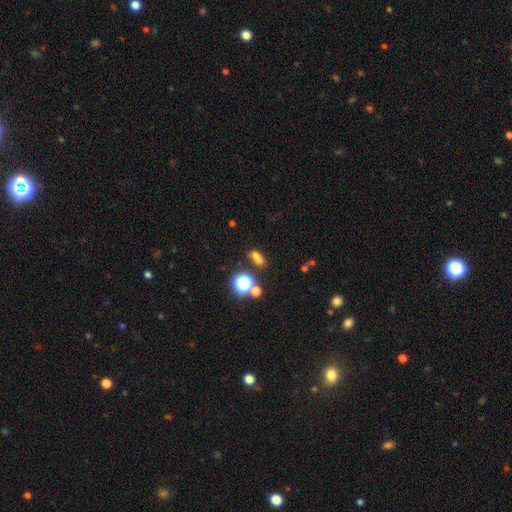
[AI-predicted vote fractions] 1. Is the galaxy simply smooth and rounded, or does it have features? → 63% smooth, 27% star or artifact, 10% featured or disk.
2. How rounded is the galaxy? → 59% in between, 30% round, 11% cigar-shaped.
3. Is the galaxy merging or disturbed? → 57% none, 22% merger, 14% minor disturbance, 7% major disturbance.